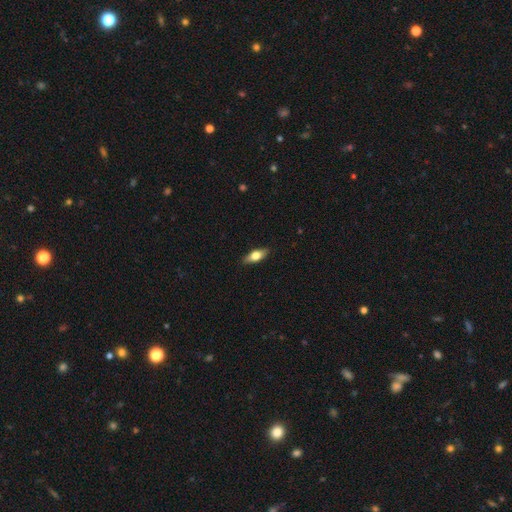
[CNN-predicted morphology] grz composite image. It shows a smooth galaxy with no disk features (58%) that is in between round and cigar-shaped (71%). Merging: none (88%).